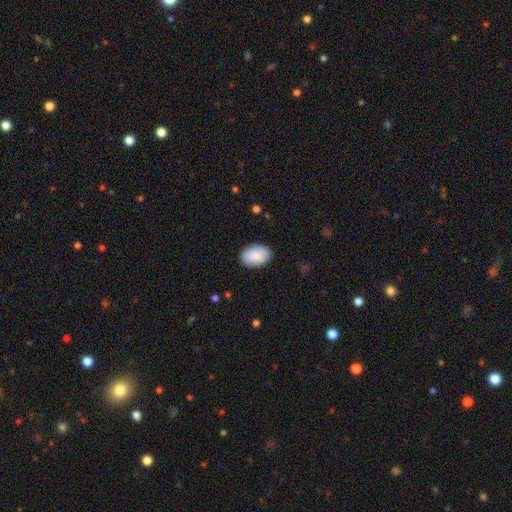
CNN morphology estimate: type=smooth (88%); roundness=in between (89%); merging=none (87%).